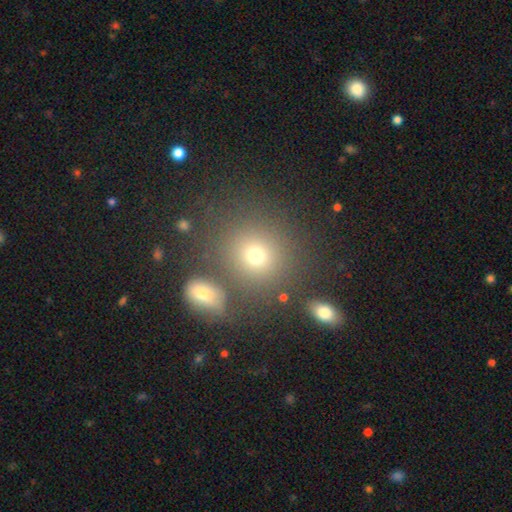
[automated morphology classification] Smooth or featured: smooth — 71% (star or artifact — 18%)
How rounded: round — 82% (in between — 17%)
Merging: none — 74% (merger — 11%)